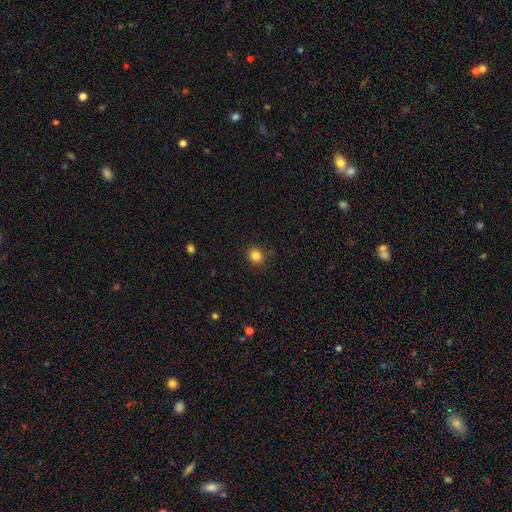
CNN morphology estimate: smooth_or_featured: smooth (p=0.84) [alt: star or artifact p=0.12]
how_rounded: round (p=0.79) [alt: in between p=0.21]
merging: none (p=0.90) [alt: minor disturbance p=0.07]